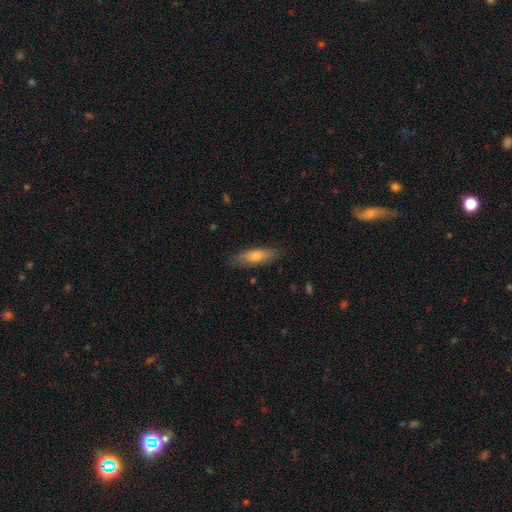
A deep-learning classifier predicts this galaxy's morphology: This is likely a smooth galaxy (68%). How rounded: possibly cigar-shaped (54%). Merging: clearly none (84%).